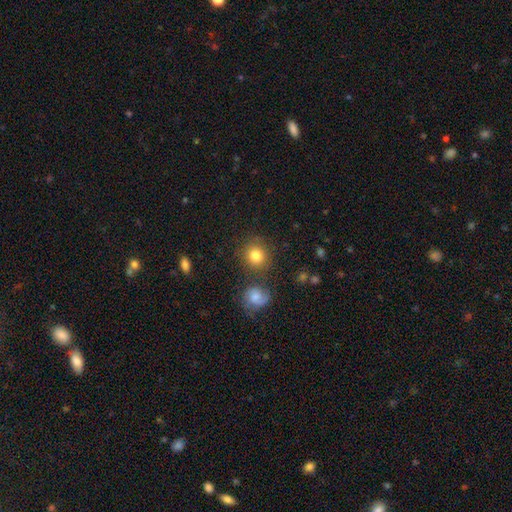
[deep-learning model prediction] smooth 82%, star or artifact 10%, featured or disk 8%. Down the decision tree: how rounded — round (88%); merging — none (79%).